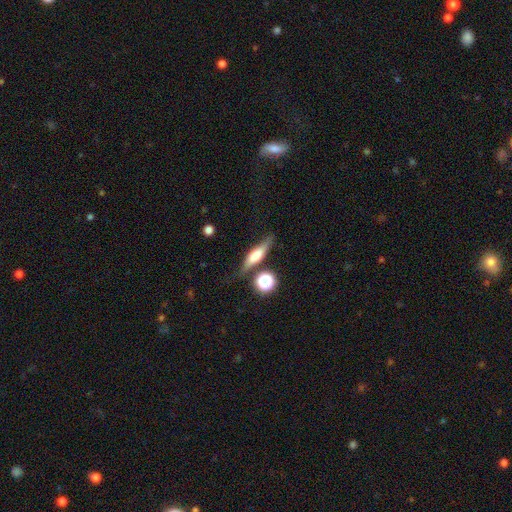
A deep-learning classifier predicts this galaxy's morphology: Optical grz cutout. It shows a featured or disk galaxy (49%). Merging: none (73%).